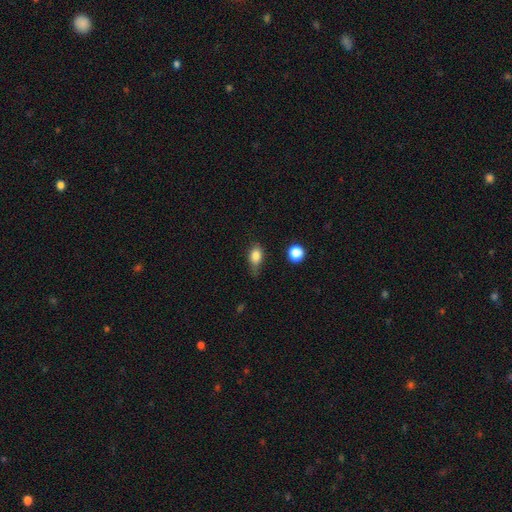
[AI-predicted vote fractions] Overall: smooth (83%). How rounded: in between (76%). Merging: none (46%; minor disturbance 39%).